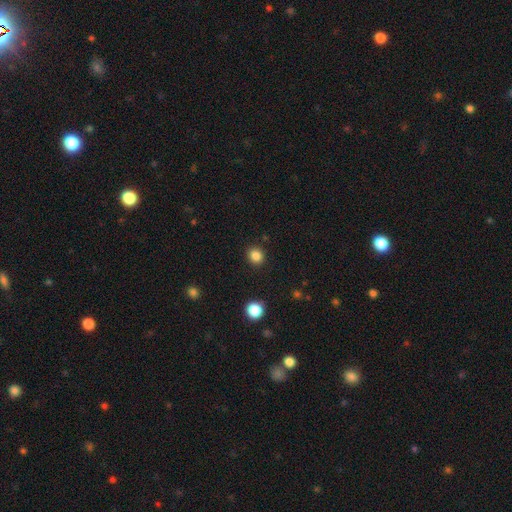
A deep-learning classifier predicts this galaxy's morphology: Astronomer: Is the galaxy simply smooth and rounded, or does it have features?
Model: smooth — 85%.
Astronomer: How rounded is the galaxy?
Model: round — 84%.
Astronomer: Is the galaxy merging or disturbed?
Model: none — 91%.